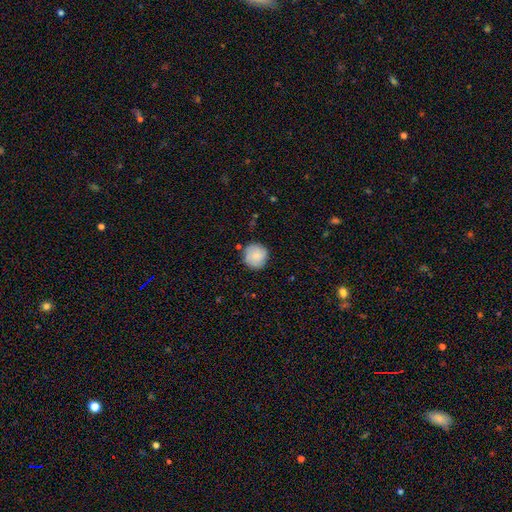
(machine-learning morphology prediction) The model was most divided on "smooth or featured": smooth: 77%, featured or disk: 16%, star or artifact: 7%. More confident: how rounded — round (94%); merging — none (84%).